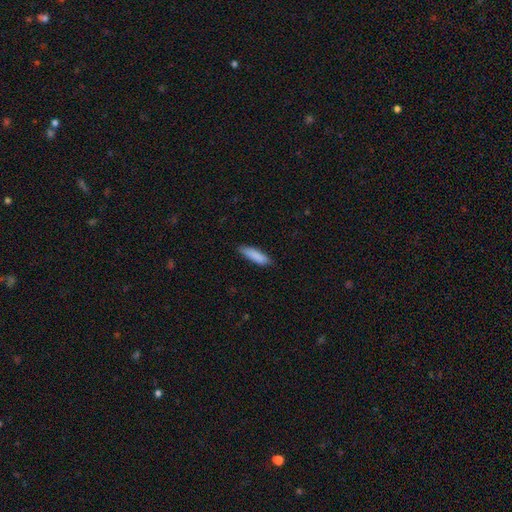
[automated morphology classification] smooth_or_featured: smooth (p=0.86) [alt: featured or disk p=0.08]
how_rounded: cigar-shaped (p=0.68) [alt: in between p=0.31]
merging: none (p=0.81) [alt: minor disturbance p=0.15]